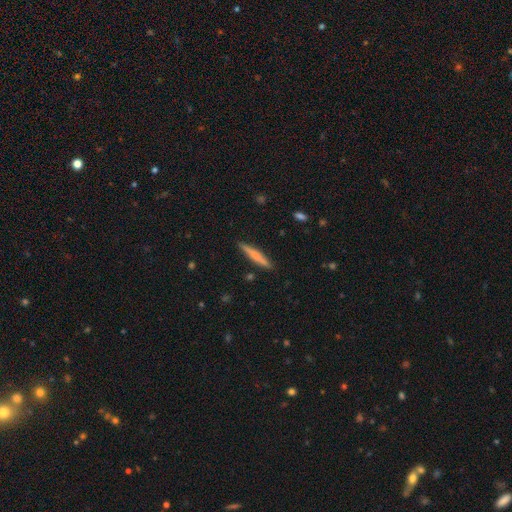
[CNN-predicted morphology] Smooth or featured? smooth (64%)
How rounded? cigar-shaped (94%)
Merging? none (89%)